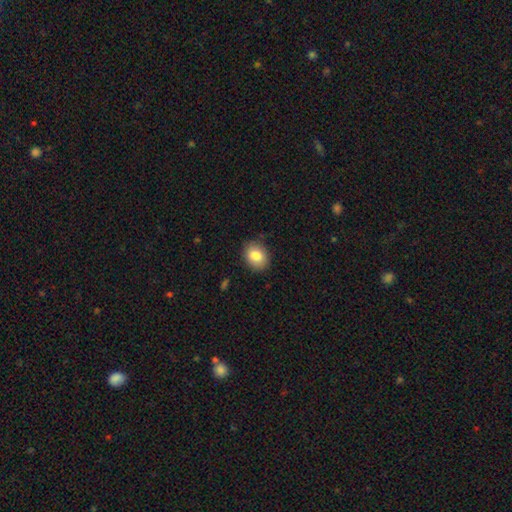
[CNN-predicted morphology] This is clearly a smooth galaxy (84%). How rounded: possibly in between (56%). Merging: clearly none (85%).